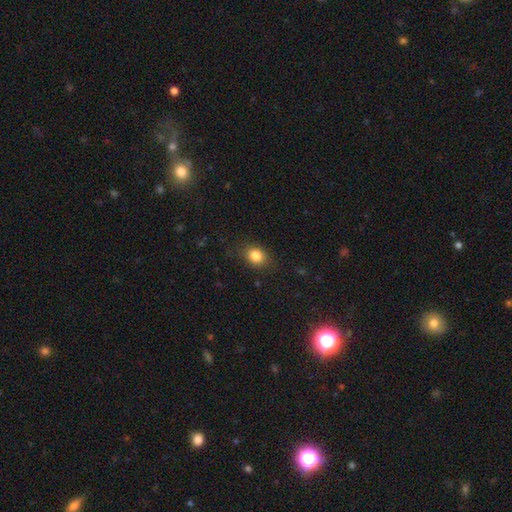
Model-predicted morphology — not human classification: smooth_or_featured: smooth (p=0.83) [alt: star or artifact p=0.11]
how_rounded: round (p=0.50) [alt: in between p=0.49]
merging: none (p=0.82) [alt: minor disturbance p=0.13]